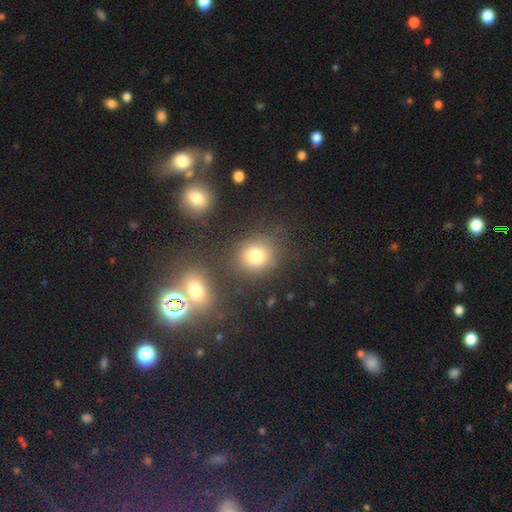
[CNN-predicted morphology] type=smooth (75%); roundness=round (78%); merging=none (78%).